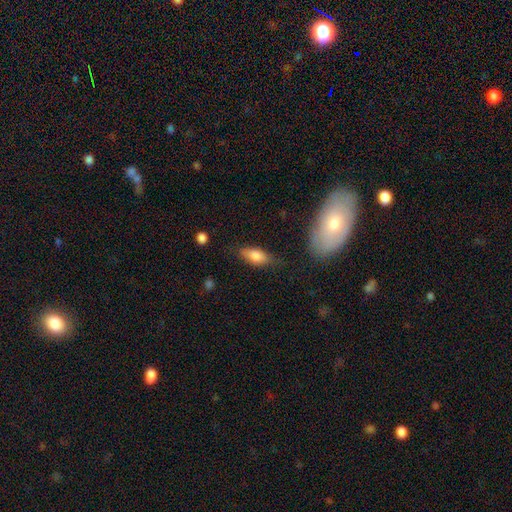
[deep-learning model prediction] This is likely a smooth galaxy (76%). How rounded: likely in between (75%). Merging: likely none (73%).